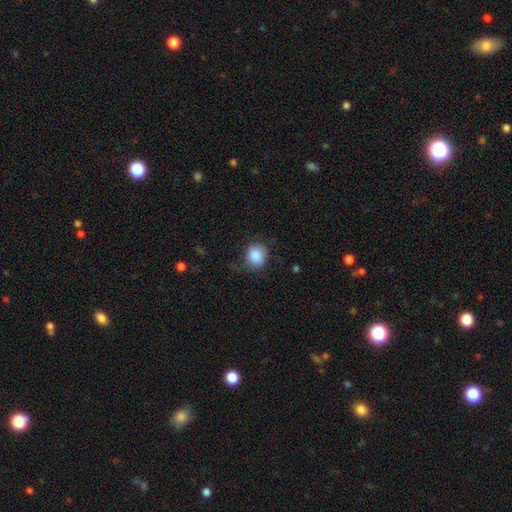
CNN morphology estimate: This appears to be a smooth galaxy with no disk features (87%) that is round (71%). Merging: none (73%).